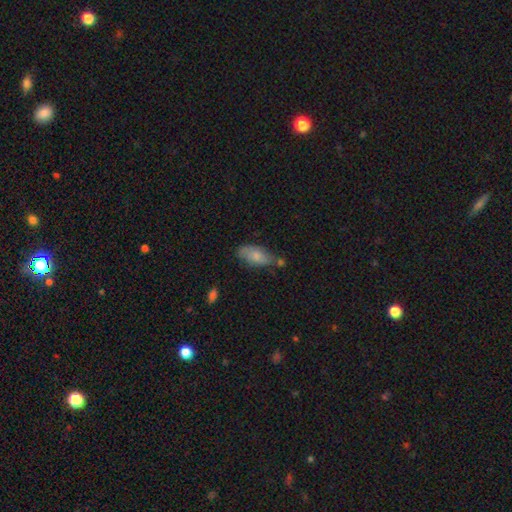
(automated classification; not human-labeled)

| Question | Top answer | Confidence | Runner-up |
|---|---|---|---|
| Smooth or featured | smooth | 73% | featured or disk (20%) |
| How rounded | in between | 88% | cigar-shaped (9%) |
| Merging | none | 56% | minor disturbance (28%) |